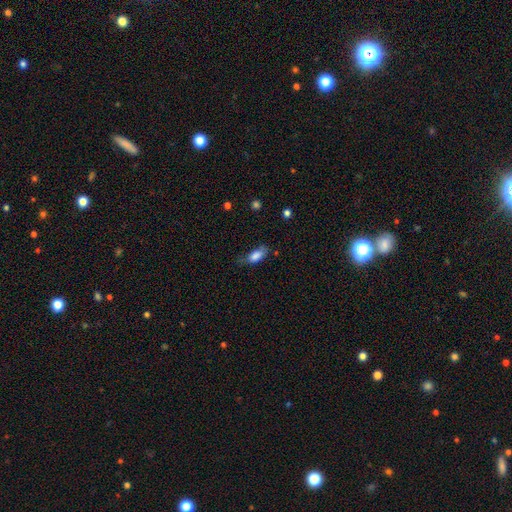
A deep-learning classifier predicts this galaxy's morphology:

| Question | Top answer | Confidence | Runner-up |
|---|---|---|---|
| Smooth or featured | smooth | 80% | featured or disk (12%) |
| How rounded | in between | 83% | cigar-shaped (14%) |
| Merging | none | 47% | minor disturbance (34%) |